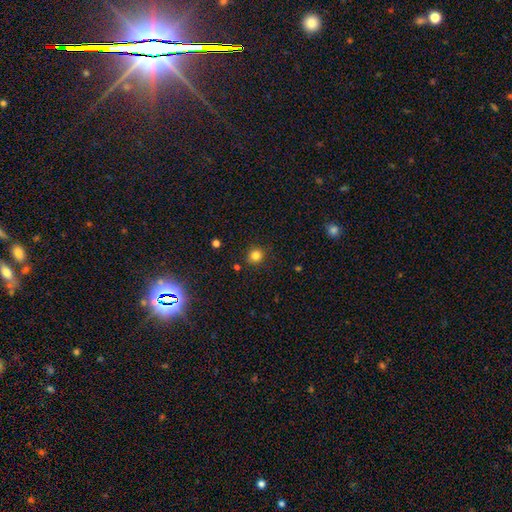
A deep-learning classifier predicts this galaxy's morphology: smooth 82%, star or artifact 13%, featured or disk 5%. Down the decision tree: how rounded — round (87%); merging — none (88%).